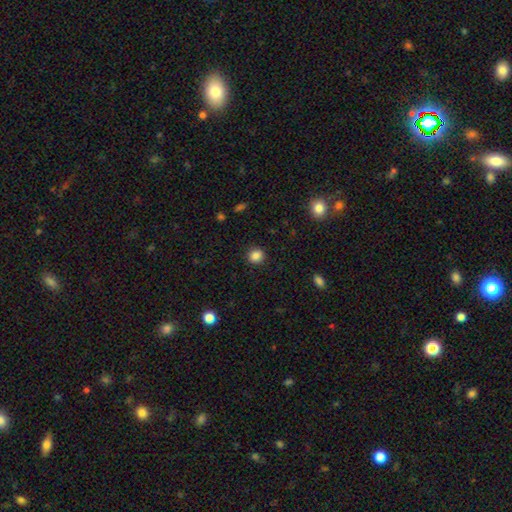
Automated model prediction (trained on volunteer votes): A smooth galaxy with no disk features (86%) that is round (87%).

Vote fractions:
- Smooth or featured? smooth: 86% / star or artifact: 11% / featured or disk: 3%
- How rounded? round: 87% / in between: 12% / cigar-shaped: 1%
- Merging? none: 89% / minor disturbance: 7% / major disturbance: 2% / merger: 1%